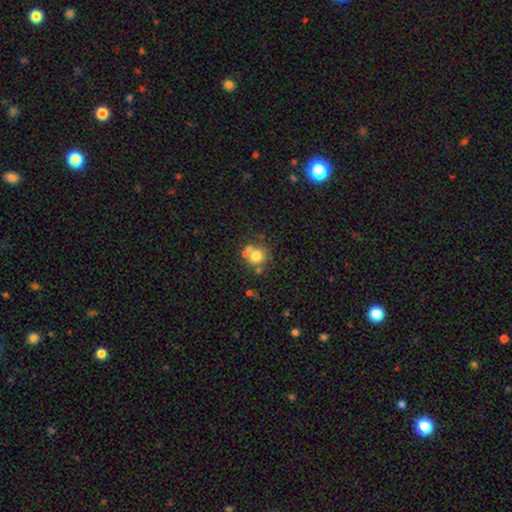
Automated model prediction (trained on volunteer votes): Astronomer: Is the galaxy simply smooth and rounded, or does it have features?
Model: smooth — 72%.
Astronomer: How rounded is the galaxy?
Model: round — 88%.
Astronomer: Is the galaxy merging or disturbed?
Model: none — 58%.